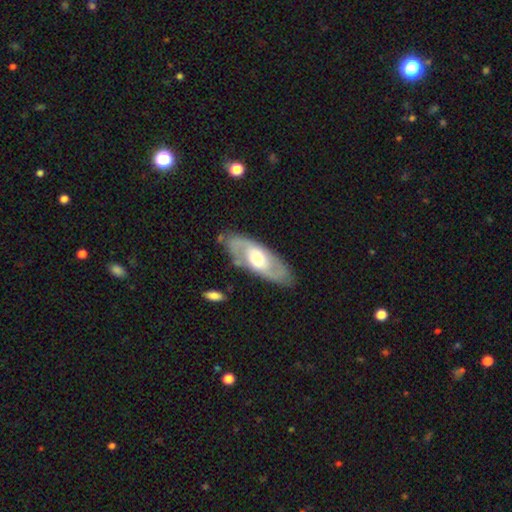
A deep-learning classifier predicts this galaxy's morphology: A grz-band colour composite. It shows a featured or disk galaxy (74%) with no bar (57%), 2 (79%) medium (45%) spiral arms (81%) and a moderate central bulge (67%). Merging: none (84%).